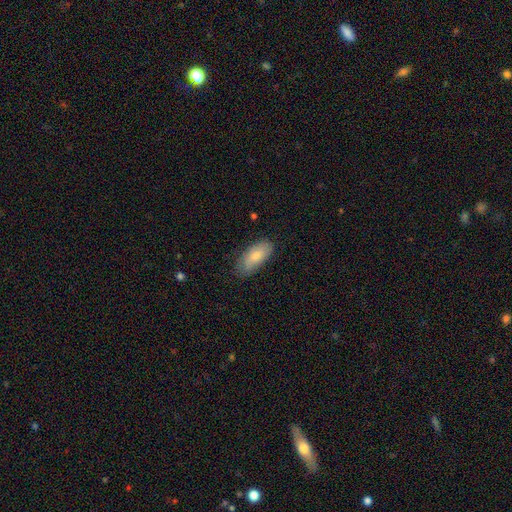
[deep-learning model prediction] Overall: smooth (79%). How rounded: in between (87%). Merging: none (73%).